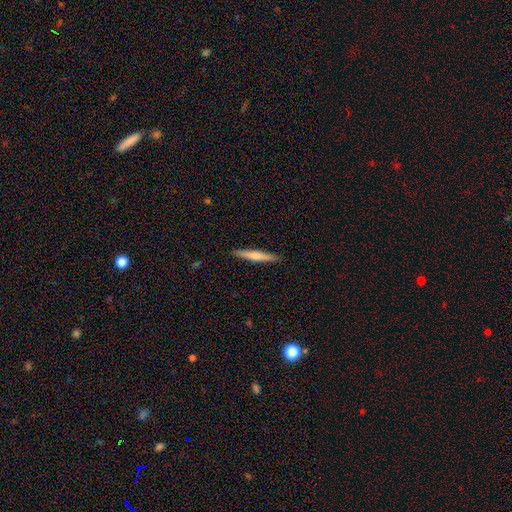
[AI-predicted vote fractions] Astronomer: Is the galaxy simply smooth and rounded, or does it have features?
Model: smooth — 56% (runner-up: featured or disk, 39%).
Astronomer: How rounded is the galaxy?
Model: cigar-shaped — 94%.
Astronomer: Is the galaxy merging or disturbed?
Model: none — 91%.